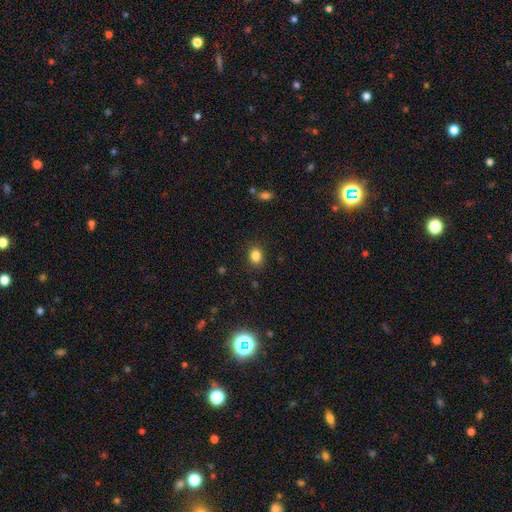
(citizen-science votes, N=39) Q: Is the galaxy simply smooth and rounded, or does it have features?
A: smooth — 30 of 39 (77%).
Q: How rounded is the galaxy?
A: round — 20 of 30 (67%).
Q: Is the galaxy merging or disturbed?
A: none — 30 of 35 (86%).